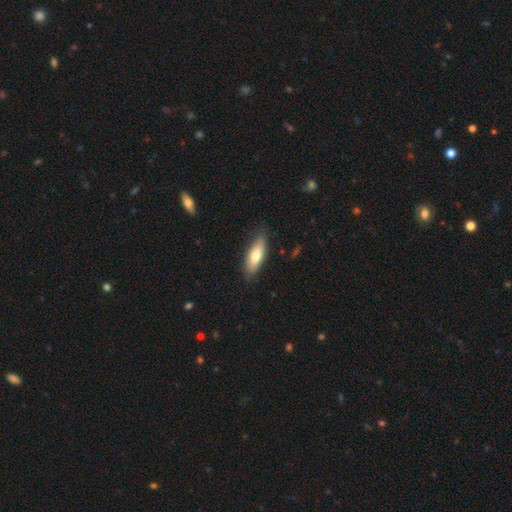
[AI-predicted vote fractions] smooth_or_featured: smooth (p=0.73) [alt: featured or disk p=0.21]
how_rounded: in between (p=0.63) [alt: cigar-shaped p=0.34]
merging: none (p=0.82) [alt: minor disturbance p=0.14]